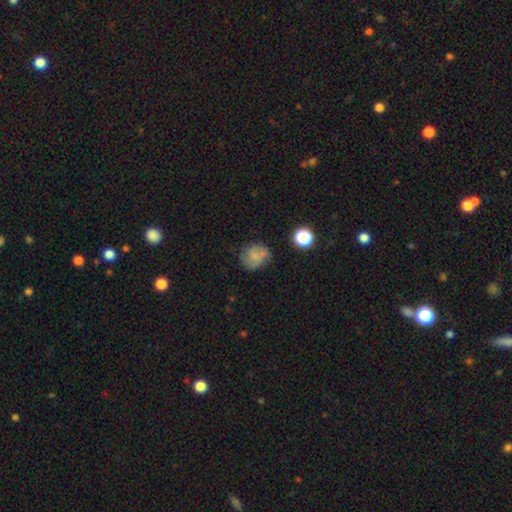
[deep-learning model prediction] smooth-or-featured: smooth: 59% | featured or disk: 29% | star or artifact: 13%
  how-rounded: round: 77% | in between: 22% | cigar-shaped: 1%
  merging: none: 56% | minor disturbance: 23% | merger: 11% | major disturbance: 10%